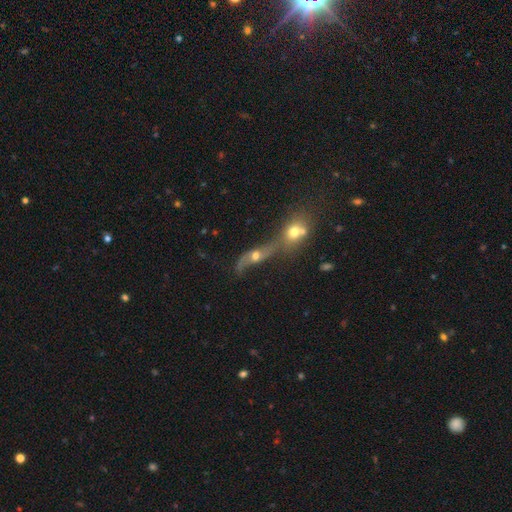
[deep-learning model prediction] featured or disk 52%, smooth 35%, star or artifact 13%. Down the decision tree: edge-on disk — no (79%); merging — merger (53%).